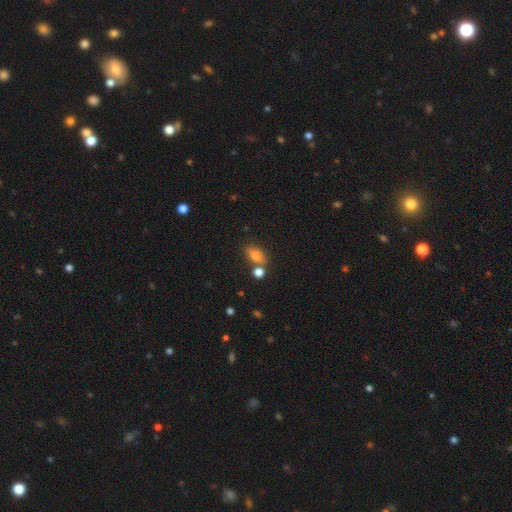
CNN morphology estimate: The model was most divided on "merging": none: 65%, merger: 15%, minor disturbance: 15%, major disturbance: 4%. More confident: how rounded — in between (81%); smooth or featured — smooth (76%).